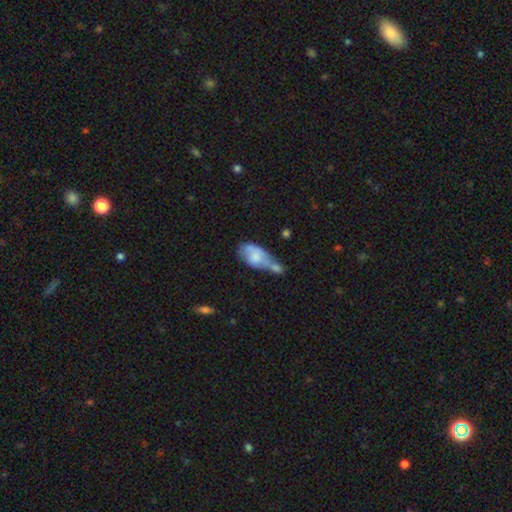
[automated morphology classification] smooth-or-featured: smooth: 65% | featured or disk: 28% | star or artifact: 7%
  how-rounded: in between: 89% | round: 6% | cigar-shaped: 5%
  merging: merger: 51% | minor disturbance: 17% | none: 17% | major disturbance: 15%